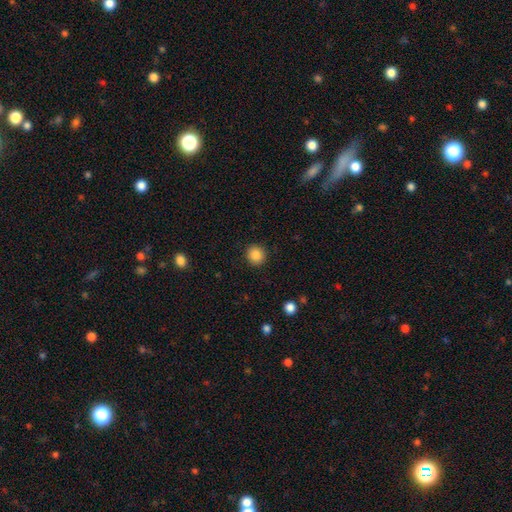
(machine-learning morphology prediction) Overall: smooth (87%). How rounded: round (89%). Merging: none (91%).